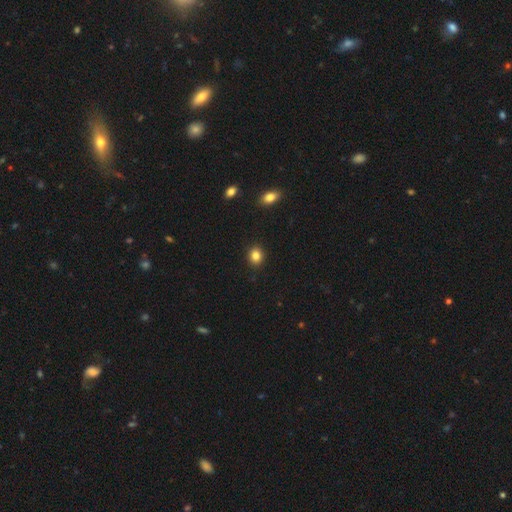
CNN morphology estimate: Smooth or featured?
  - smooth: 85% *
  - star or artifact: 10%
  - featured or disk: 5%
How rounded?
  - round: 68% *
  - in between: 31%
  - cigar-shaped: 1%
Merging?
  - none: 91% *
  - minor disturbance: 6%
  - major disturbance: 2%
  - merger: 1%